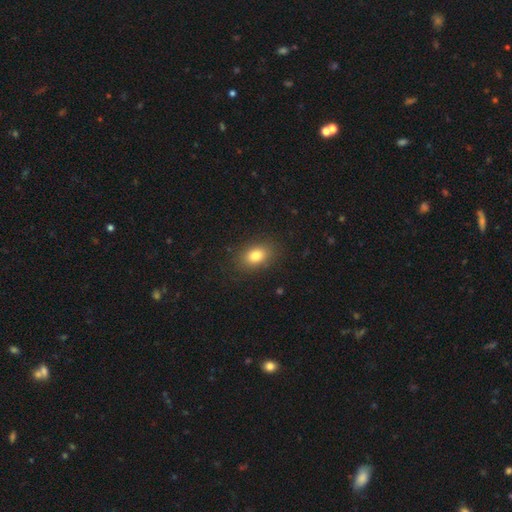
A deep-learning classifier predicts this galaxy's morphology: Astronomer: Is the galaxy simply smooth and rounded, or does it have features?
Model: smooth — 82%.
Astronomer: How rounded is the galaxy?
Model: in between — 78%.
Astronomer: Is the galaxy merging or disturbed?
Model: none — 86%.